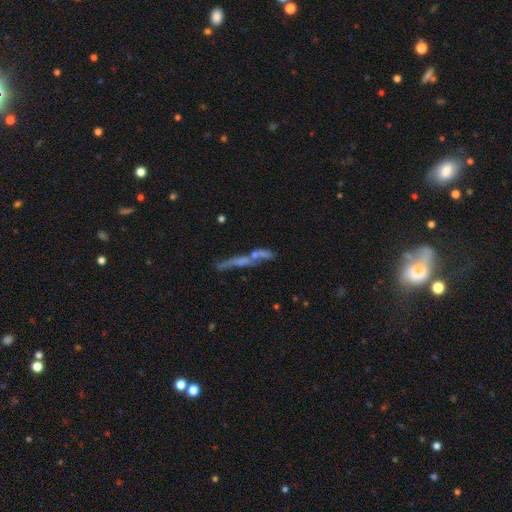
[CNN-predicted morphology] featured or disk 55%, smooth 31%, star or artifact 15%. Down the decision tree: edge-on disk — yes (79%); merging — none (60%).